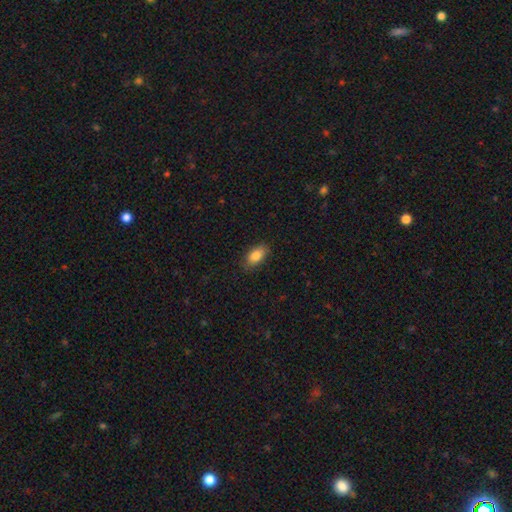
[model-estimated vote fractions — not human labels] This is clearly a smooth galaxy (85%). How rounded: clearly in between (90%). Merging: clearly none (81%).